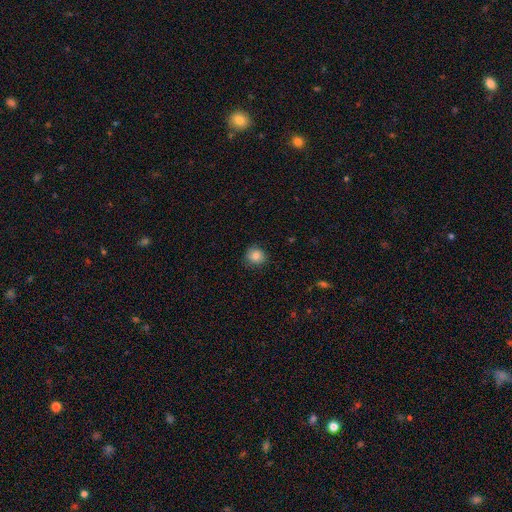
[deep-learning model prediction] Smooth or featured? smooth (84%)
How rounded? round (88%)
Merging? none (84%)